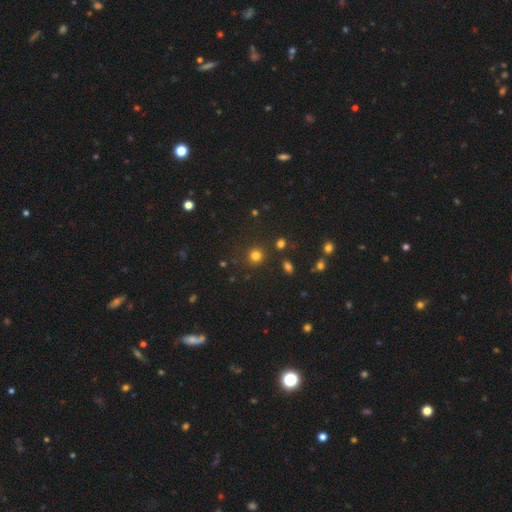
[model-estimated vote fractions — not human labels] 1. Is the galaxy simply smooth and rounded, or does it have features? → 78% smooth, 17% star or artifact, 5% featured or disk.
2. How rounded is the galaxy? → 90% round, 9% in between, 1% cigar-shaped.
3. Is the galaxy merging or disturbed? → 85% none, 8% minor disturbance, 4% merger, 3% major disturbance.